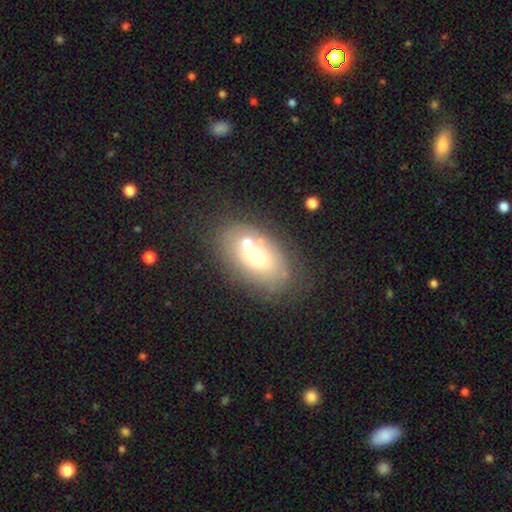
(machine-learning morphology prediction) Smooth or featured? smooth (61%)
How rounded? in between (88%)
Merging? none (57%)